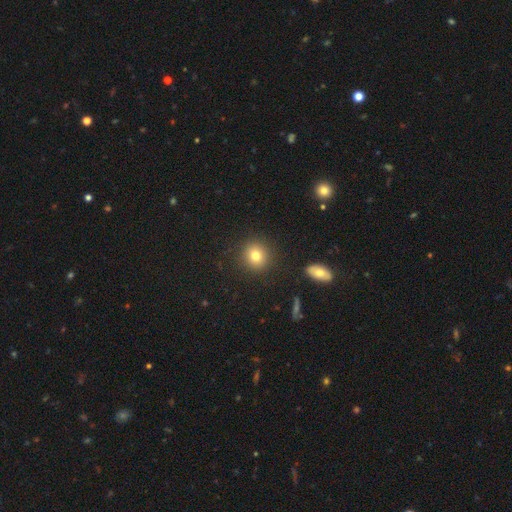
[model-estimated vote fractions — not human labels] Morphology: type=smooth (79%); roundness=round (89%); merging=none (89%).